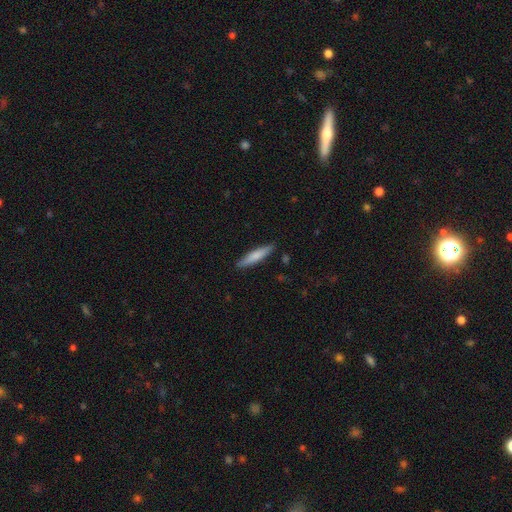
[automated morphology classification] smooth 74%, featured or disk 21%, star or artifact 5%. Down the decision tree: how rounded — cigar-shaped (85%); merging — none (88%).